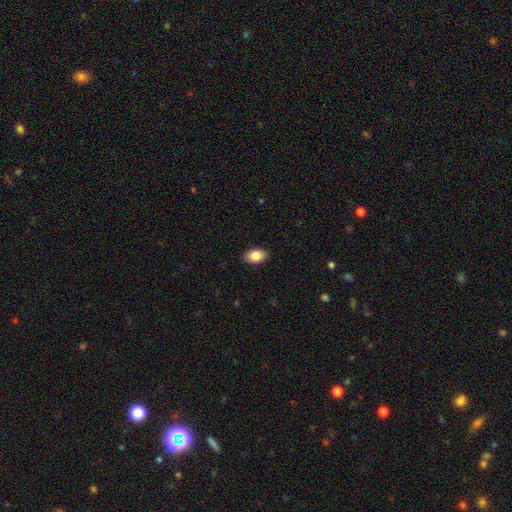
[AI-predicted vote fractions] A smooth galaxy with no disk features (84%) that is in between round and cigar-shaped (90%). Merging: none (88%).